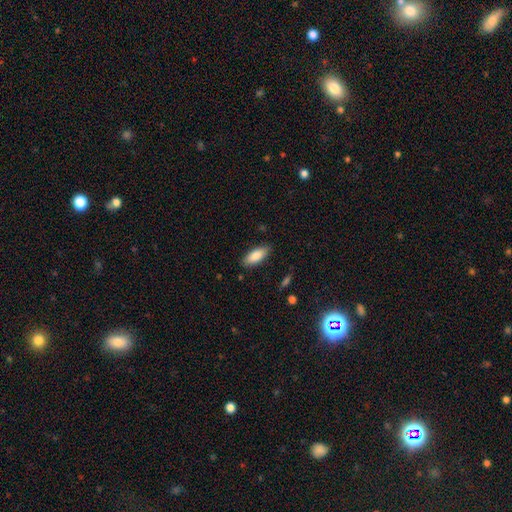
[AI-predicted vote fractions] The model was most divided on "how rounded": in between: 78%, cigar-shaped: 20%, round: 2%. More confident: merging — none (85%); smooth or featured — smooth (84%).